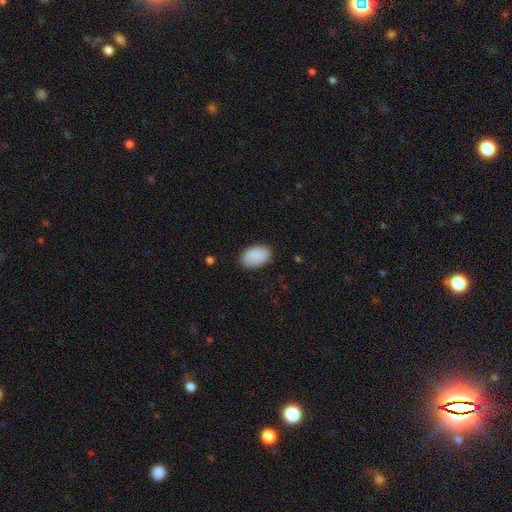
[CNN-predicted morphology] This is clearly a smooth galaxy (89%). How rounded: clearly in between (92%). Merging: clearly none (86%).